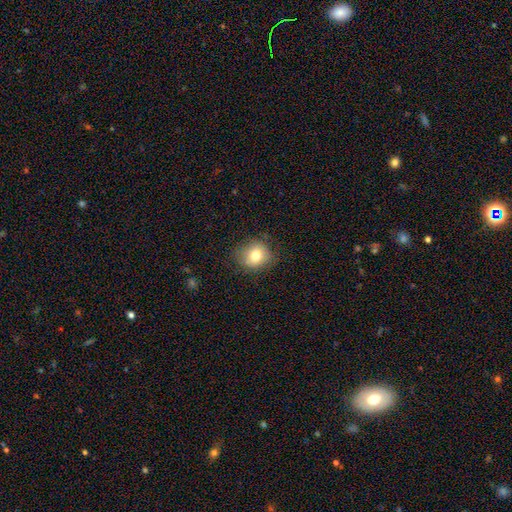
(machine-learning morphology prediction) Overall: smooth (77%). How rounded: round (75%). Merging: none (79%).